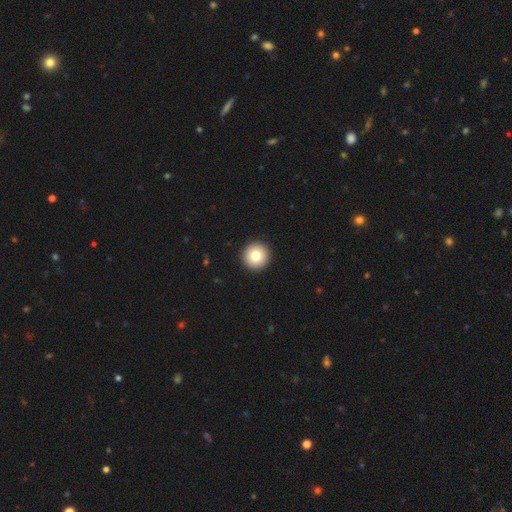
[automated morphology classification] smooth_or_featured: smooth (p=0.80) [alt: featured or disk p=0.11]
how_rounded: round (p=0.97) [alt: in between p=0.02]
merging: none (p=0.94) [alt: minor disturbance p=0.04]